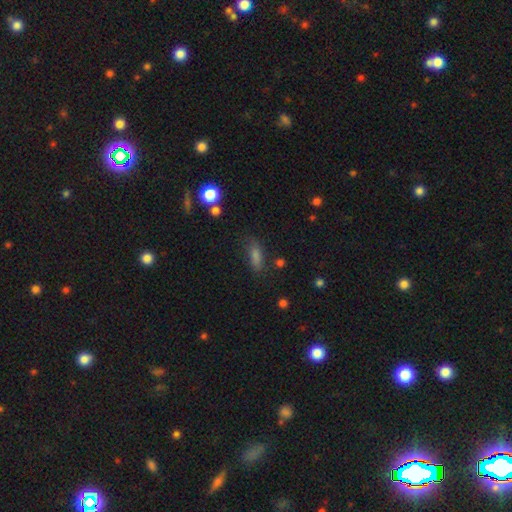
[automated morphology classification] Smooth or featured: smooth — 73% (star or artifact — 15%)
How rounded: in between — 56% (cigar-shaped — 38%)
Merging: none — 68% (minor disturbance — 21%)